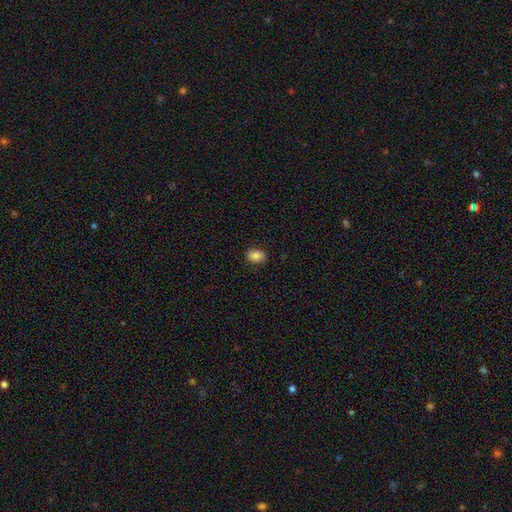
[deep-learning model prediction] Smooth or featured? smooth (85%)
How rounded? in between (77%)
Merging? none (88%)